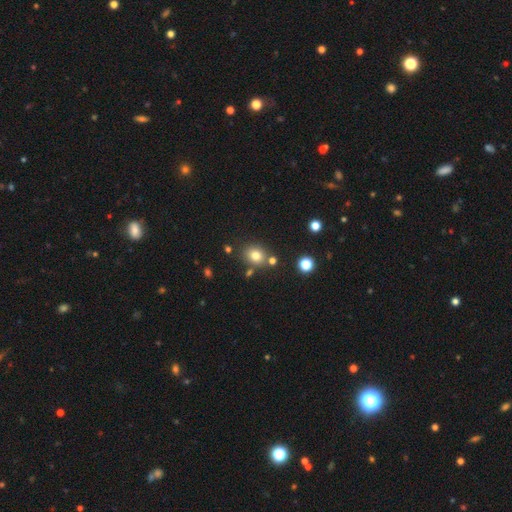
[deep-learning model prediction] A smooth galaxy with no disk features (78%) that is round (58%). Merging: none (75%).